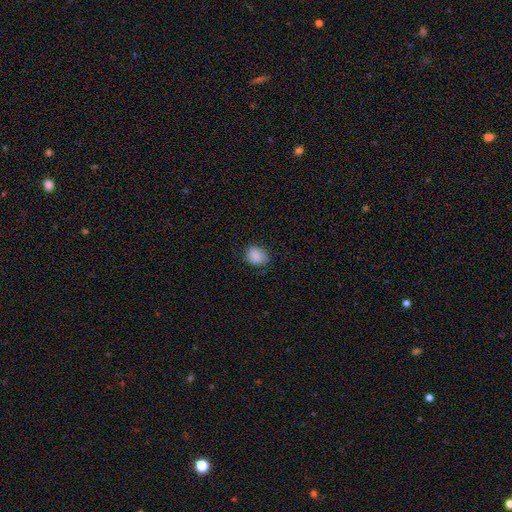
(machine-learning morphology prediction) This is clearly a smooth galaxy (84%). How rounded: possibly round (50%). Merging: likely none (70%).